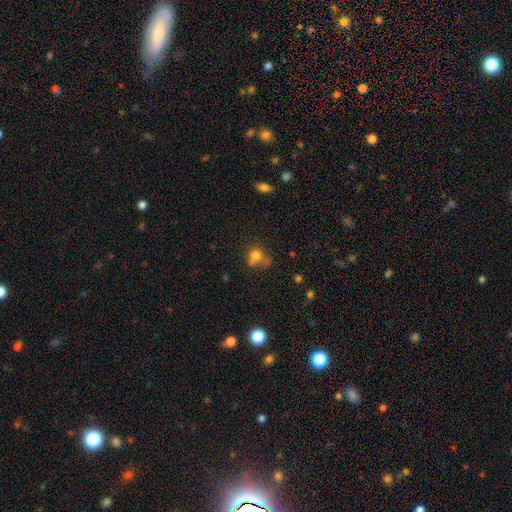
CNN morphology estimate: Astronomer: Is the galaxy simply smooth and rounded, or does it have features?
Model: smooth — 73%.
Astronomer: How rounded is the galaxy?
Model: round — 74%.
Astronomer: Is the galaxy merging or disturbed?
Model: none — 38% (runner-up: merger, 34%).